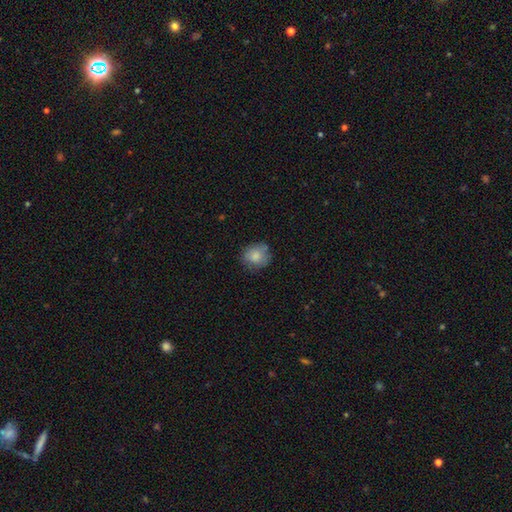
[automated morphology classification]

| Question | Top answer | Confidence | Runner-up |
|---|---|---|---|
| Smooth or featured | smooth | 80% | featured or disk (12%) |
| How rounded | round | 81% | in between (18%) |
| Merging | none | 70% | minor disturbance (22%) |